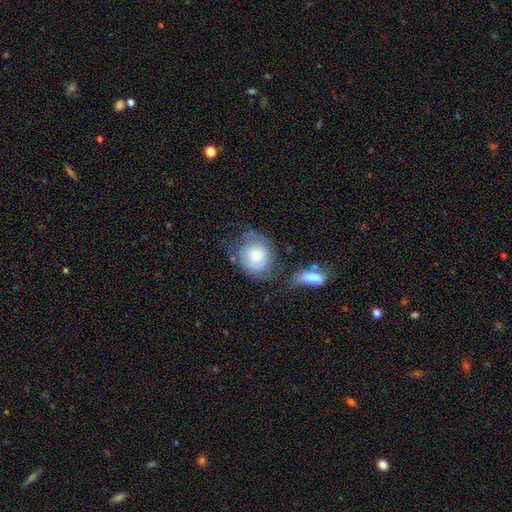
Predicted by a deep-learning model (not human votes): The model was most divided on "merging": none: 44%, minor disturbance: 26%, merger: 15%, major disturbance: 15%. More confident: smooth or featured — smooth (66%); how rounded — round (63%).